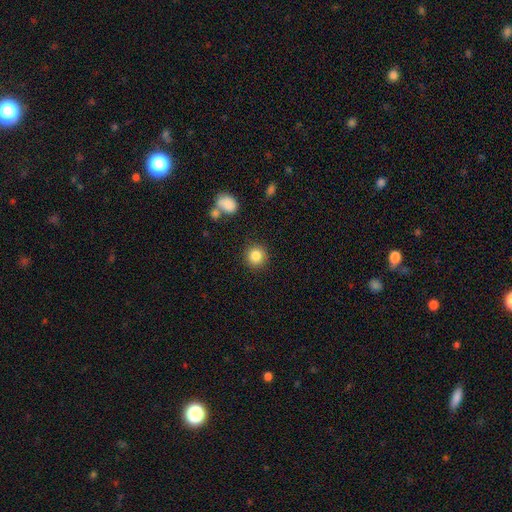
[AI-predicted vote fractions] This is clearly a smooth galaxy (85%). How rounded: clearly round (92%). Merging: clearly none (88%).